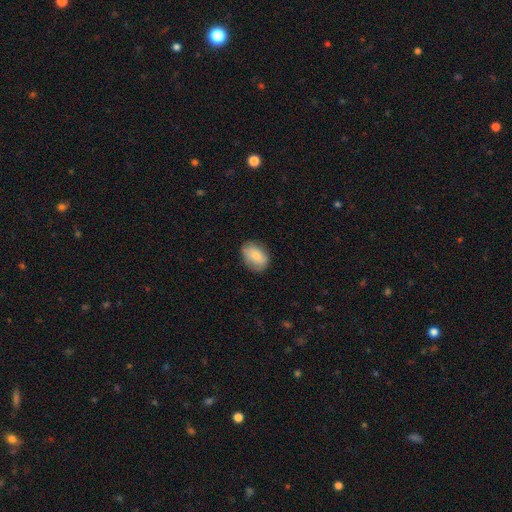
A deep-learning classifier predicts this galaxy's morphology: A smooth galaxy with no disk features (78%) that is in between round and cigar-shaped (77%). Merging: none (79%).